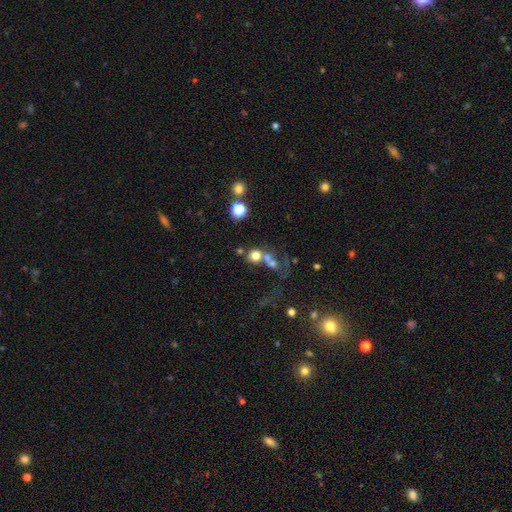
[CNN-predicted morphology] type=smooth (68%); roundness=round (85%); merging=merger (43%).